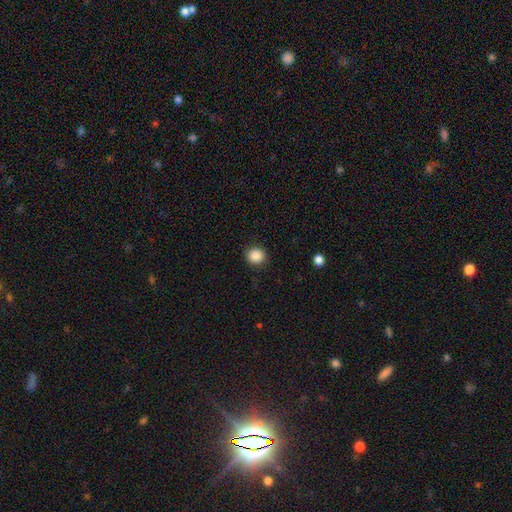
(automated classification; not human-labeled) The model was most divided on "smooth or featured": smooth: 87%, star or artifact: 10%, featured or disk: 3%. More confident: merging — none (91%); how rounded — round (88%).